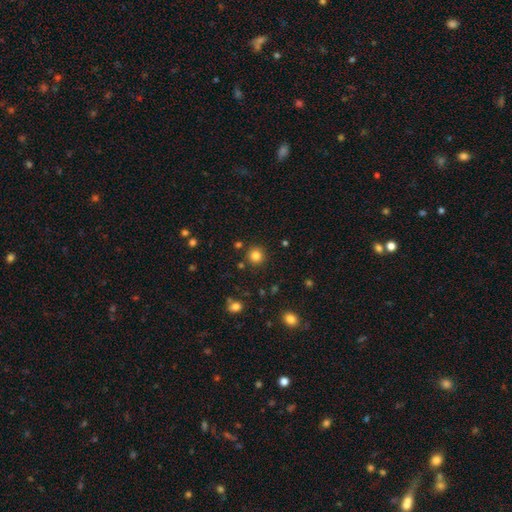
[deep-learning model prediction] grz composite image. It shows a smooth galaxy with no disk features (83%) that is round (93%). Merging: none (89%).